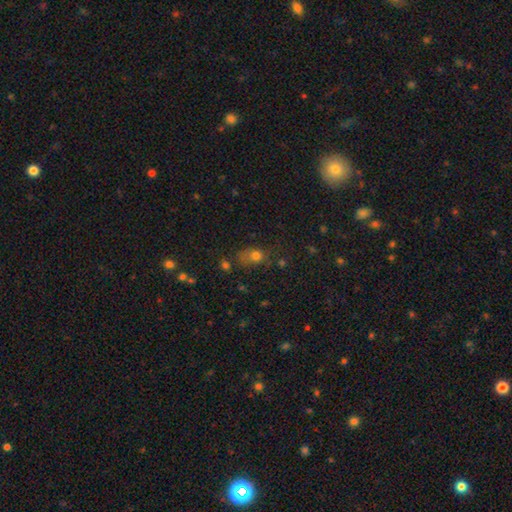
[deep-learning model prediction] smooth-or-featured: smooth: 71% | star or artifact: 17% | featured or disk: 12%
  how-rounded: in between: 54% | round: 44% | cigar-shaped: 2%
  merging: none: 40% | minor disturbance: 27% | major disturbance: 22% | merger: 10%